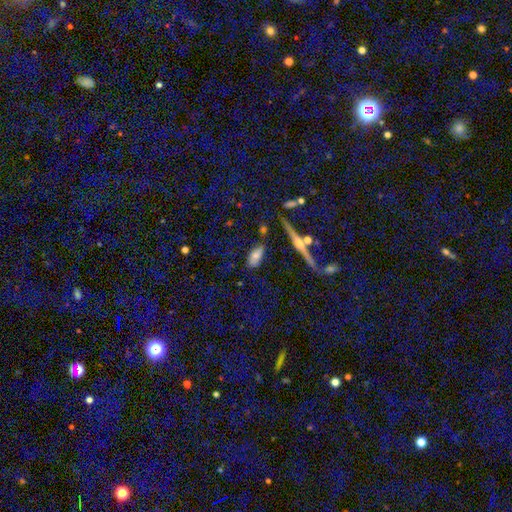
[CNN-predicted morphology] type=smooth (61%); roundness=in between (84%); merging=none (73%).